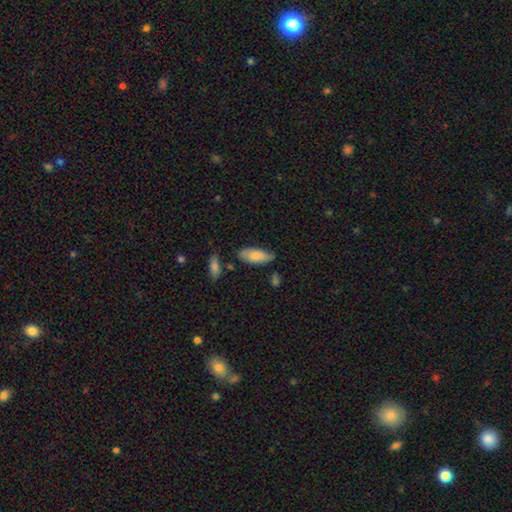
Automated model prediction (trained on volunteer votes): Smooth or featured: smooth — 77% (featured or disk — 17%)
How rounded: in between — 84% (cigar-shaped — 15%)
Merging: none — 66% (minor disturbance — 26%)